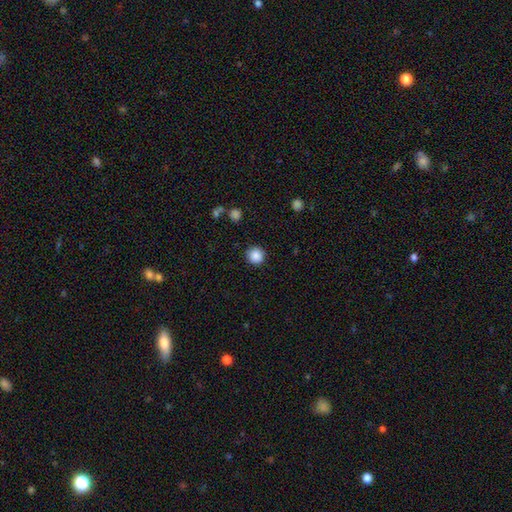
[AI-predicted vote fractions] smooth_or_featured: smooth (p=0.87) [alt: star or artifact p=0.10]
how_rounded: round (p=0.95) [alt: in between p=0.04]
merging: none (p=0.91) [alt: minor disturbance p=0.05]